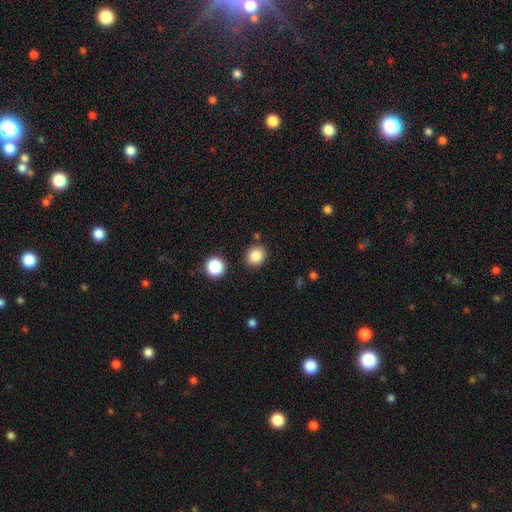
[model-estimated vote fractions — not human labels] This is clearly a smooth galaxy (85%). How rounded: likely round (72%). Merging: clearly none (85%).